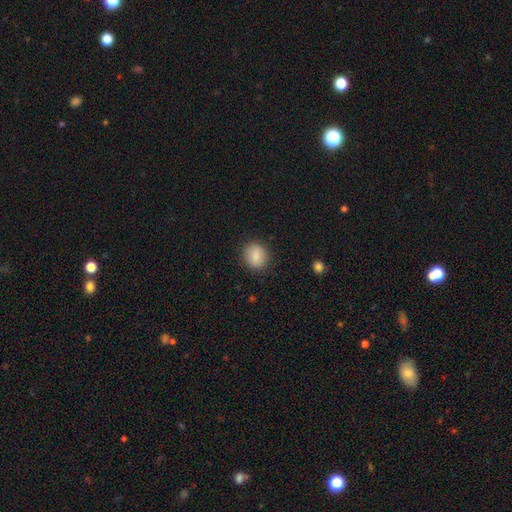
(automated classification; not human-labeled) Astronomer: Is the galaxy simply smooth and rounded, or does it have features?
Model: smooth — 86%.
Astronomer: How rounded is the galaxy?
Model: round — 74%.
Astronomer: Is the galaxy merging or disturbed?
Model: none — 89%.